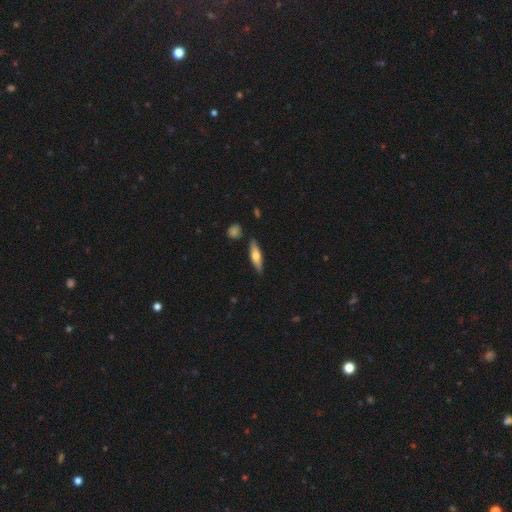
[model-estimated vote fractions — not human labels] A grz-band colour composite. It shows a smooth galaxy with no disk features (54%) that is cigar-shaped (67%). Merging: none (85%).